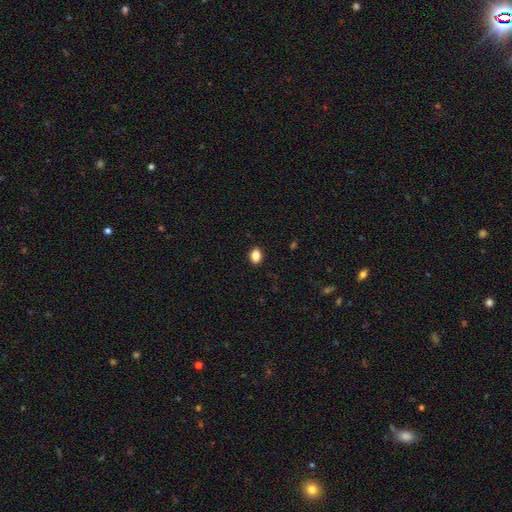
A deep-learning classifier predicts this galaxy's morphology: This appears to be a smooth galaxy with no disk features (86%) that is in between round and cigar-shaped (72%). Merging: none (90%).